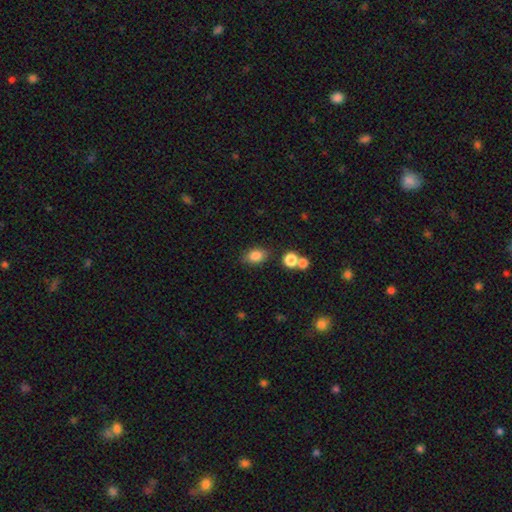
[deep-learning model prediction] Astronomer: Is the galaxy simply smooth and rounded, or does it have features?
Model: smooth — 84%.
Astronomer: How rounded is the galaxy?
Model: in between — 78%.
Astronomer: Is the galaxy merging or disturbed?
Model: none — 77%.